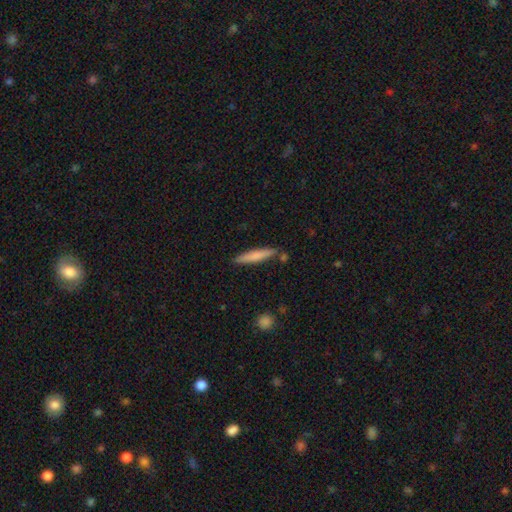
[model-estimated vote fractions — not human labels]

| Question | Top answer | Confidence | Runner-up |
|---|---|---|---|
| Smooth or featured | smooth | 71% | featured or disk (24%) |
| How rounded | cigar-shaped | 92% | in between (6%) |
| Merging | none | 83% | minor disturbance (10%) |